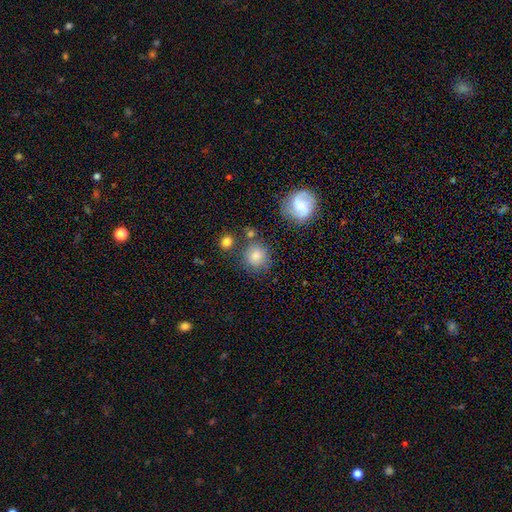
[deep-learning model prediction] Smooth or featured? Predicted: smooth (p=0.73). How rounded? Predicted: round (p=0.87). Merging? Predicted: none (p=0.75).